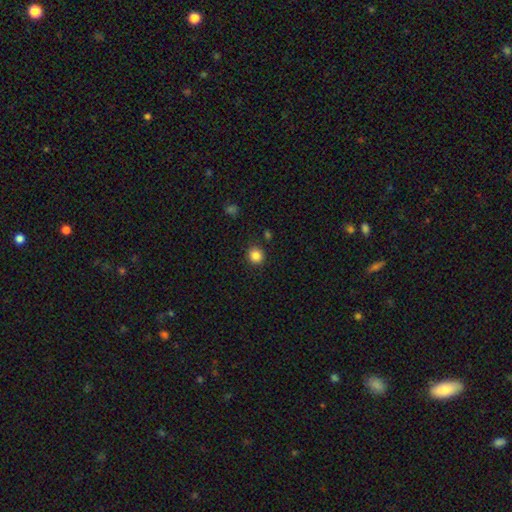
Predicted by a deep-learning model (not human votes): smooth-or-featured: smooth: 85% | star or artifact: 11% | featured or disk: 4%
  how-rounded: round: 89% | in between: 10% | cigar-shaped: 1%
  merging: none: 89% | minor disturbance: 7% | major disturbance: 2% | merger: 2%